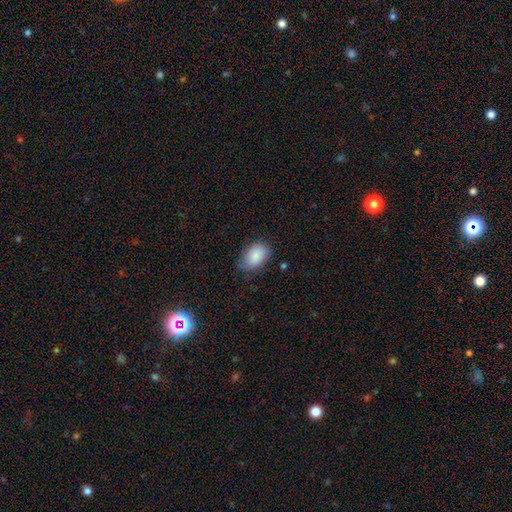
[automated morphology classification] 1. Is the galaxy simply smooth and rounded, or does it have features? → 87% smooth, 7% star or artifact, 6% featured or disk.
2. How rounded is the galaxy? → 88% in between, 11% round, 1% cigar-shaped.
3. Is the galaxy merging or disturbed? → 70% none, 23% minor disturbance, 5% major disturbance, 1% merger.